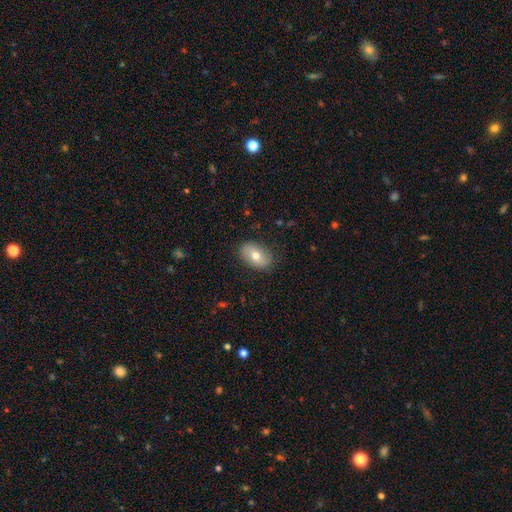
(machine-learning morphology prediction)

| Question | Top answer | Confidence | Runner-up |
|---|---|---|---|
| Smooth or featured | smooth | 71% | featured or disk (22%) |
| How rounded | in between | 86% | round (12%) |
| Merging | none | 83% | minor disturbance (13%) |